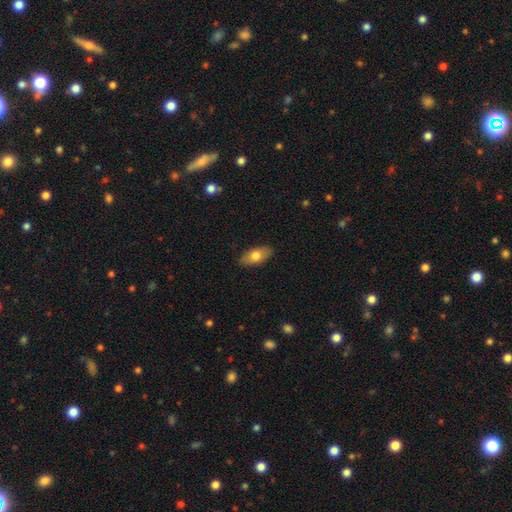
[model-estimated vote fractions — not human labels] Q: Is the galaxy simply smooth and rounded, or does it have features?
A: smooth — 74%.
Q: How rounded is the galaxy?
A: in between — 89%.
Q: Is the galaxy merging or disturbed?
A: none — 87%.